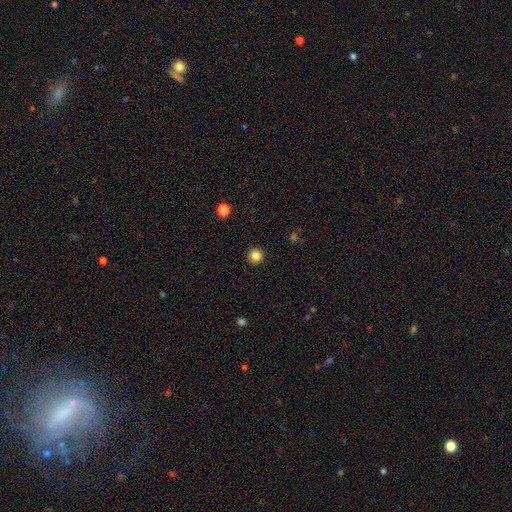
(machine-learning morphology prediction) Smooth or featured? smooth (84%)
How rounded? round (95%)
Merging? none (92%)